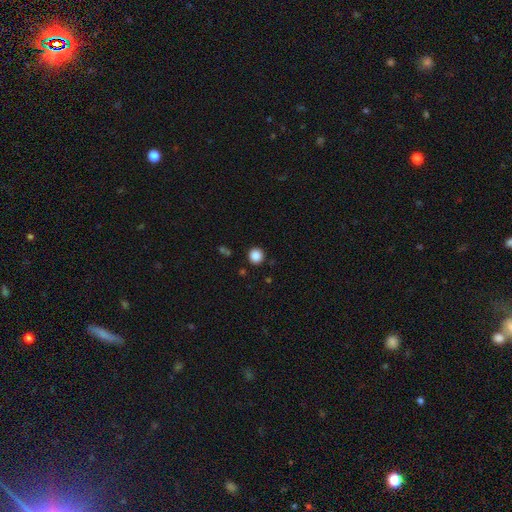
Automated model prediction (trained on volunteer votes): Smooth or featured: smooth — 87% (star or artifact — 10%)
How rounded: round — 93% (in between — 6%)
Merging: none — 91% (minor disturbance — 5%)